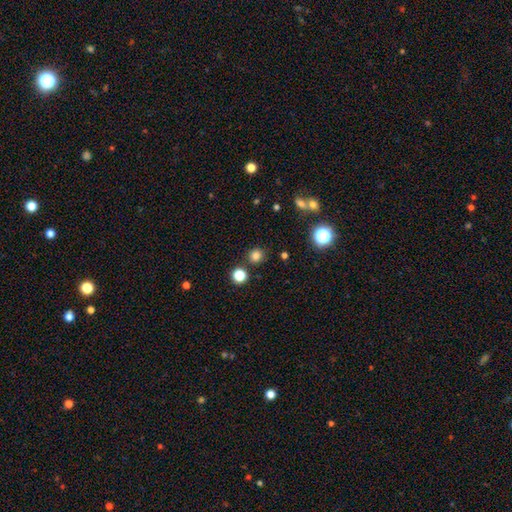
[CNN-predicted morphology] smooth_or_featured: smooth (p=0.79) [alt: star or artifact p=0.16]
how_rounded: round (p=0.90) [alt: in between p=0.09]
merging: none (p=0.85) [alt: minor disturbance p=0.07]